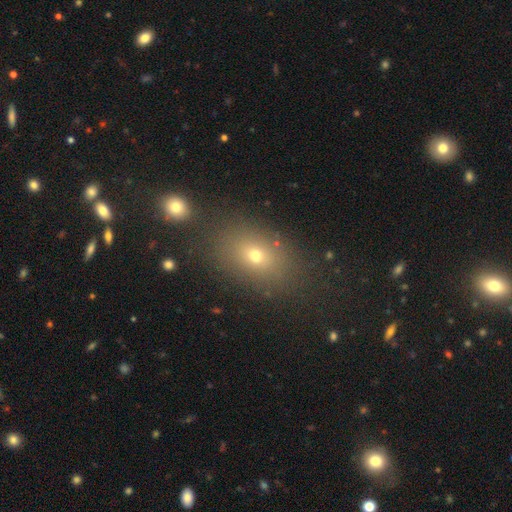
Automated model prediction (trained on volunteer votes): Smooth or featured: smooth — 64% (star or artifact — 21%)
How rounded: in between — 72% (round — 25%)
Merging: none — 79% (minor disturbance — 10%)